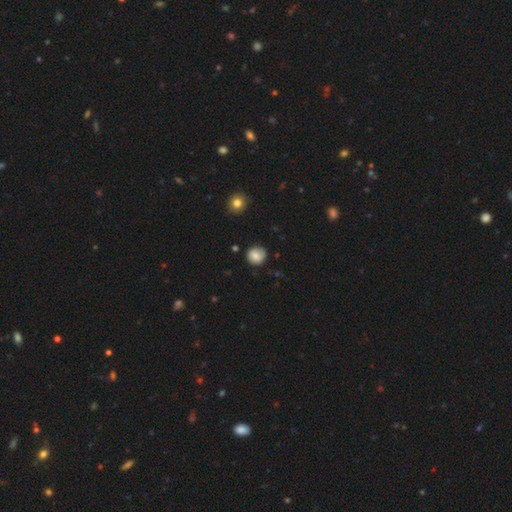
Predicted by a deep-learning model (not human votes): Q: Smooth or featured?
A: smooth (78%); runner-up: featured or disk (14%)
Q: How rounded?
A: round (86%); runner-up: in between (13%)
Q: Merging?
A: none (78%); runner-up: minor disturbance (16%)